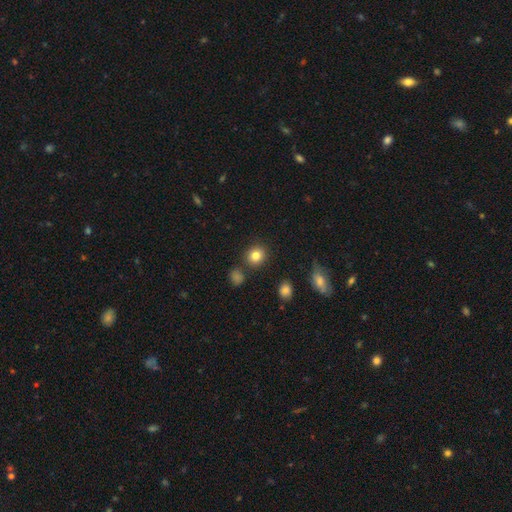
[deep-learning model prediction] Smooth or featured? smooth (83%)
How rounded? round (85%)
Merging? none (85%)